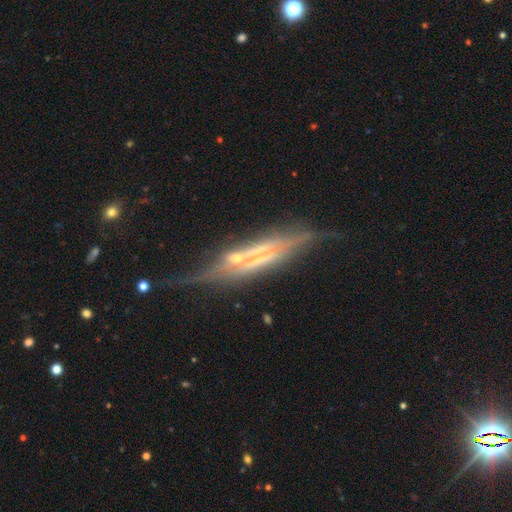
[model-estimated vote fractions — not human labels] smooth_or_featured: featured or disk (p=0.76) [alt: smooth p=0.14]
disk_edge_on: yes (p=0.86) [alt: no p=0.14]
edge_on_bulge: none (p=0.40) [alt: rounded p=0.39]
merging: none (p=0.60) [alt: minor disturbance p=0.22]